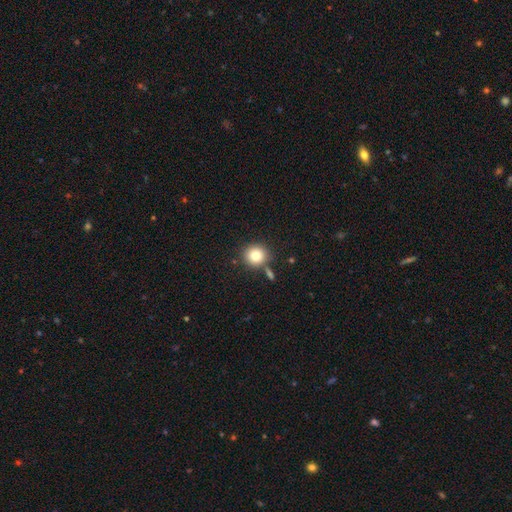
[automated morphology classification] Q: Smooth or featured?
A: smooth (81%); runner-up: star or artifact (11%)
Q: How rounded?
A: round (90%); runner-up: in between (9%)
Q: Merging?
A: none (76%); runner-up: merger (10%)